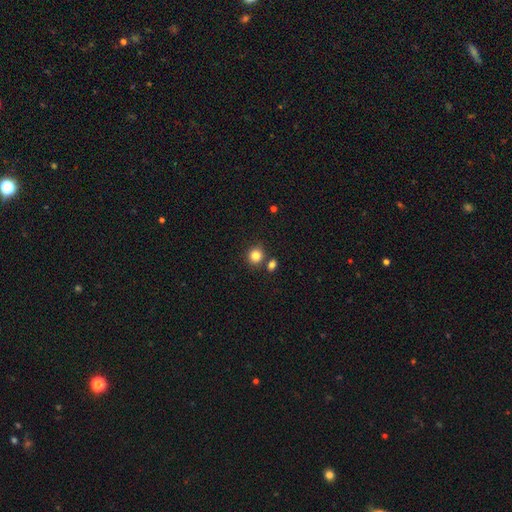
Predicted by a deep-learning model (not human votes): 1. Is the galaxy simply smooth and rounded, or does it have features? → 83% smooth, 11% star or artifact, 6% featured or disk.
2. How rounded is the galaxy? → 85% round, 14% in between, 1% cigar-shaped.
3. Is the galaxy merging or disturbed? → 75% none, 13% merger, 9% minor disturbance, 3% major disturbance.